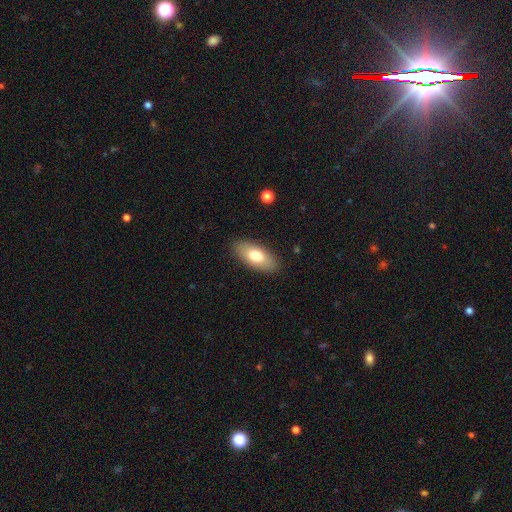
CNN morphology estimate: The model was most divided on "smooth or featured": smooth: 74%, featured or disk: 20%, star or artifact: 6%. More confident: merging — none (88%); how rounded — in between (87%).